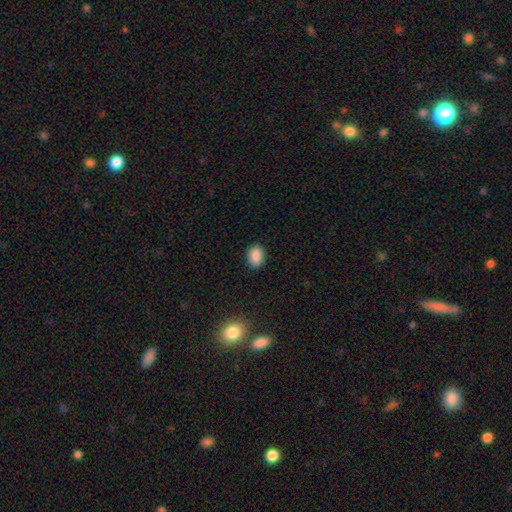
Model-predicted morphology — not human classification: This is clearly a smooth galaxy (87%). How rounded: likely in between (70%). Merging: clearly none (89%).